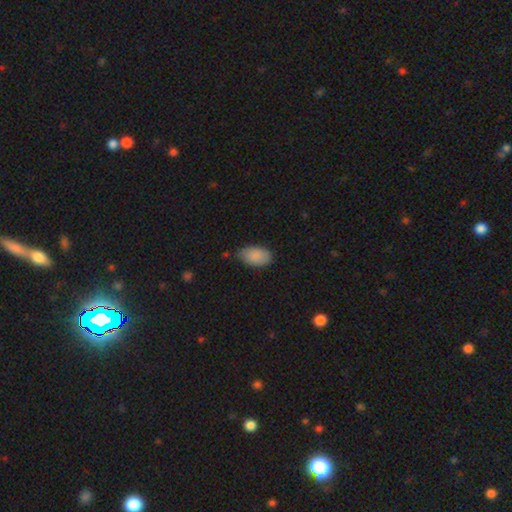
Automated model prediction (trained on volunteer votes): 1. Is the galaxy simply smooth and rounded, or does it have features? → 88% smooth, 7% star or artifact, 5% featured or disk.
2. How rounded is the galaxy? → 93% in between, 5% round, 2% cigar-shaped.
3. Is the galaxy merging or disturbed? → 68% none, 26% minor disturbance, 4% major disturbance, 2% merger.